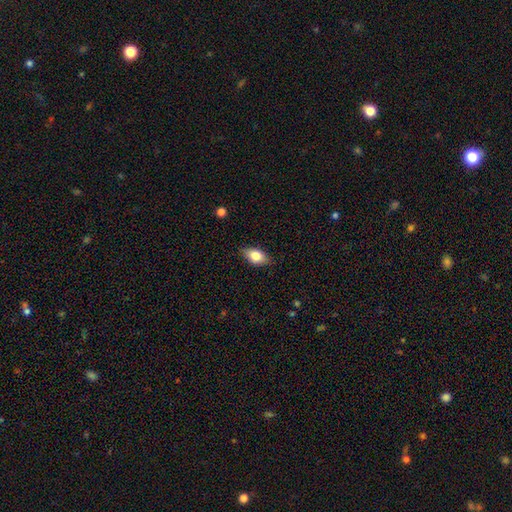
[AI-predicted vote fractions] This is likely a smooth galaxy (79%). How rounded: clearly in between (87%). Merging: clearly none (82%).